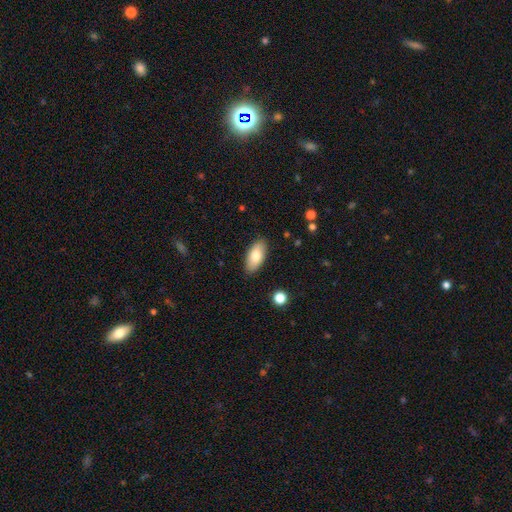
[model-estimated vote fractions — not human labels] This appears to be a smooth galaxy with no disk features (80%) that is in between round and cigar-shaped (91%). Merging: none (87%).